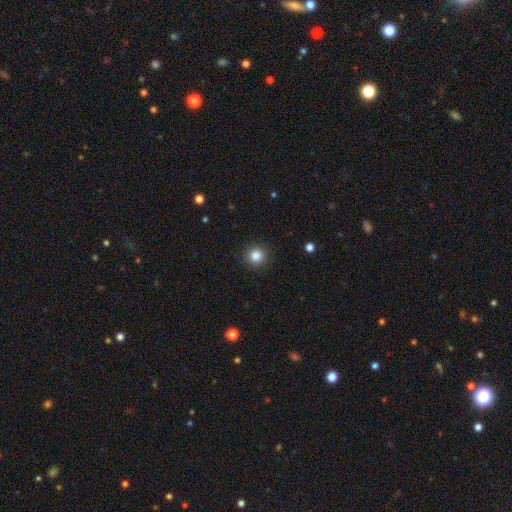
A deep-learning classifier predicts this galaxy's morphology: smooth-or-featured: smooth: 84% | star or artifact: 11% | featured or disk: 4%
  how-rounded: round: 95% | in between: 4% | cigar-shaped: 1%
  merging: none: 92% | minor disturbance: 5% | major disturbance: 2% | merger: 1%